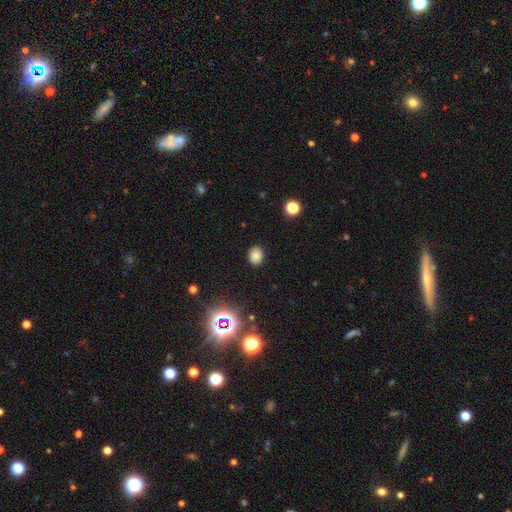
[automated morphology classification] Smooth or featured: smooth — 80% (star or artifact — 15%)
How rounded: round — 56% (in between — 43%)
Merging: none — 89% (minor disturbance — 8%)